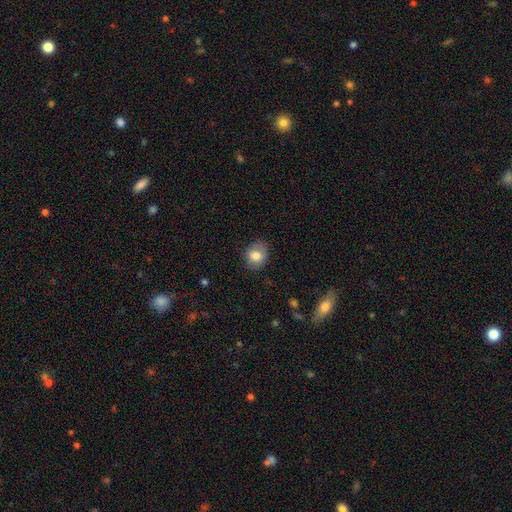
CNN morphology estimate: This is clearly a smooth galaxy (81%). How rounded: possibly round (53%). Merging: likely none (74%).